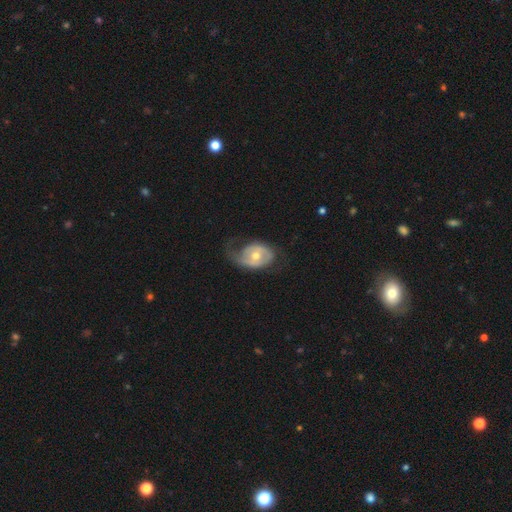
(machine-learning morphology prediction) Overall: featured or disk (68%). Edge-on disk: no (96%). Bar: no (60%; weak 30%). Spiral arms: yes (74%). Bulge size: moderate (66%; small 28%). Merging: none (41%; major disturbance 30%).